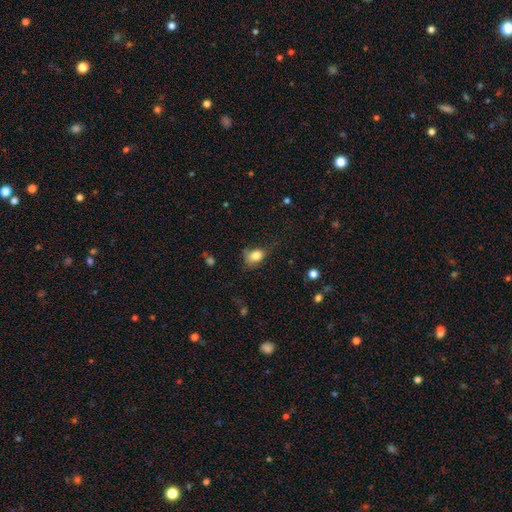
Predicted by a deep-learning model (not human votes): This appears to be a smooth galaxy with no disk features (81%) that is in between round and cigar-shaped (69%). Merging: none (46%).